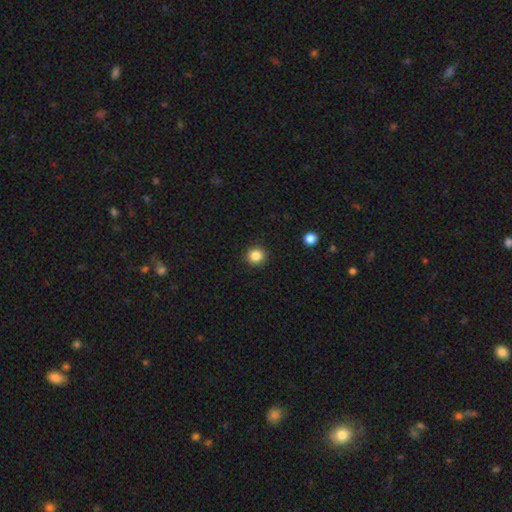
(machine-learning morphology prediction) A smooth galaxy with no disk features (86%) that is round (91%).

Vote fractions:
- Smooth or featured? smooth: 86% / star or artifact: 11% / featured or disk: 4%
- How rounded? round: 91% / in between: 8% / cigar-shaped: 1%
- Merging? none: 91% / minor disturbance: 6% / major disturbance: 2% / merger: 1%